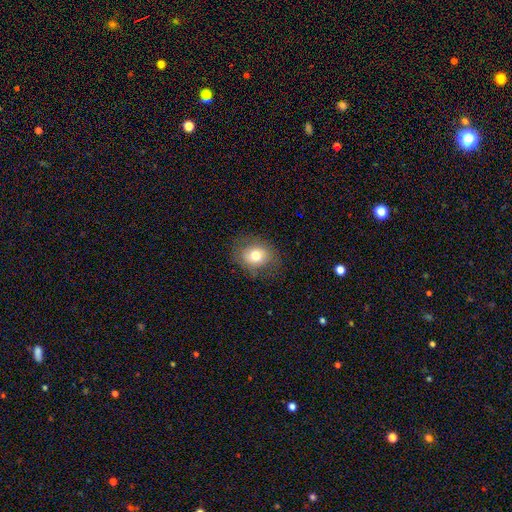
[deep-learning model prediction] smooth_or_featured: smooth (p=0.73) [alt: featured or disk p=0.17]
how_rounded: round (p=0.53) [alt: in between p=0.46]
merging: none (p=0.78) [alt: minor disturbance p=0.15]